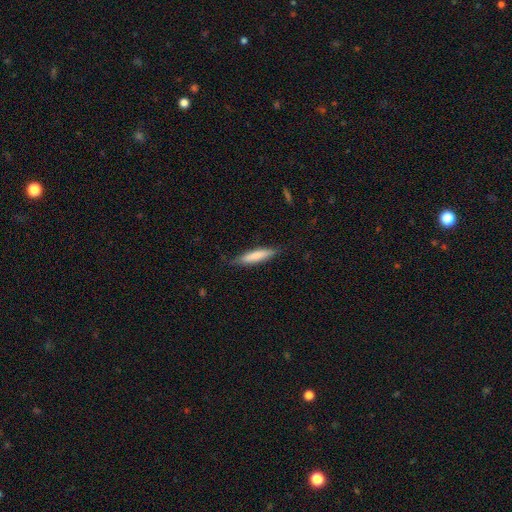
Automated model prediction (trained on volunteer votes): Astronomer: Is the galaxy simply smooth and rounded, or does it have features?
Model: smooth — 74%.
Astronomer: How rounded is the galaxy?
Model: cigar-shaped — 80%.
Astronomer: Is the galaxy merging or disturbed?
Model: none — 79%.